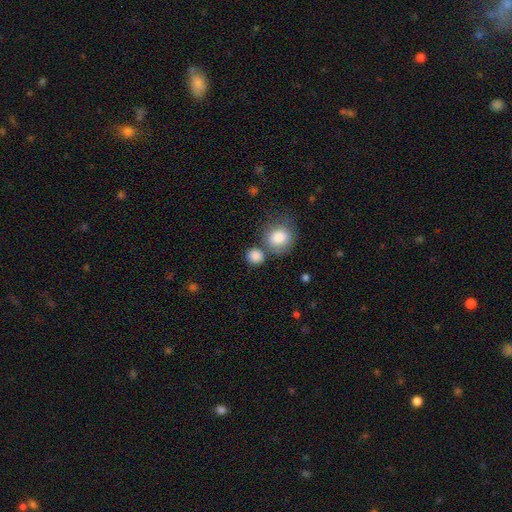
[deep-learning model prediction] This is clearly a smooth galaxy (86%). How rounded: clearly round (84%). Merging: likely none (63%).